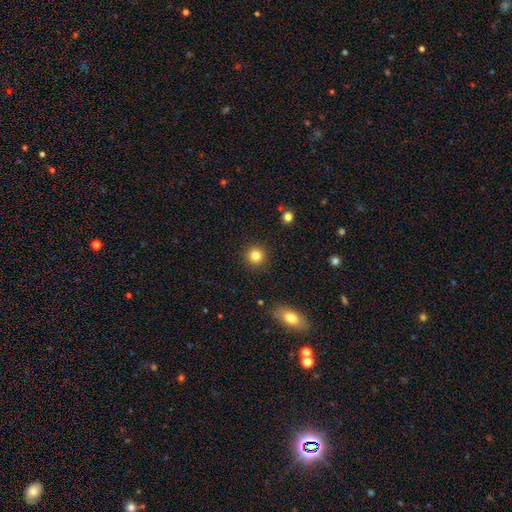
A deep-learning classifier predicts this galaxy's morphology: A smooth galaxy with no disk features (83%) that is round (94%).

Vote fractions:
- Smooth or featured? smooth: 83% / star or artifact: 11% / featured or disk: 6%
- How rounded? round: 94% / in between: 5% / cigar-shaped: 1%
- Merging? none: 91% / minor disturbance: 5% / major disturbance: 2% / merger: 1%